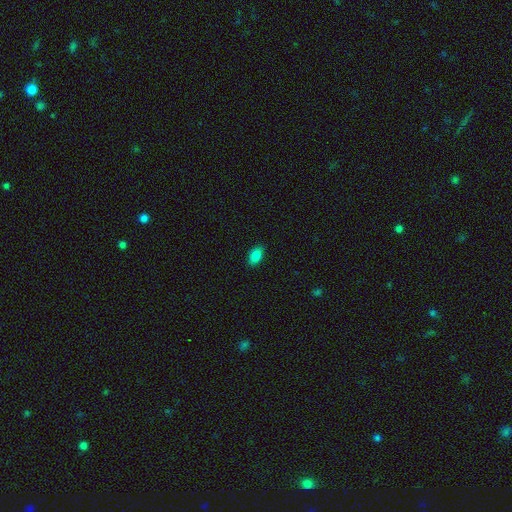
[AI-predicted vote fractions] Smooth or featured?
  - smooth: 85% *
  - star or artifact: 9%
  - featured or disk: 6%
How rounded?
  - in between: 91% *
  - round: 6%
  - cigar-shaped: 3%
Merging?
  - none: 88% *
  - minor disturbance: 9%
  - major disturbance: 2%
  - merger: 1%